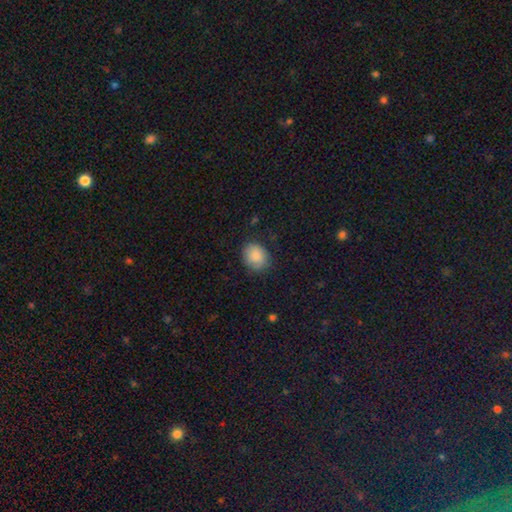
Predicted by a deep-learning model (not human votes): smooth 86%, star or artifact 7%, featured or disk 7%. Down the decision tree: how rounded — round (58%); merging — none (79%).